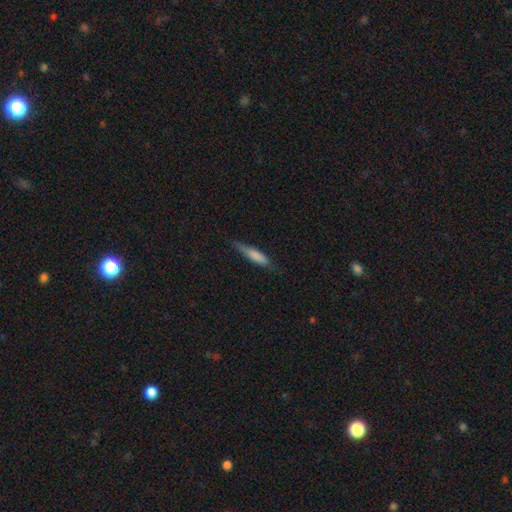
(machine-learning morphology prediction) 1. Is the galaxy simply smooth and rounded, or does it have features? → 75% smooth, 19% featured or disk, 6% star or artifact.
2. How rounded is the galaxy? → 79% cigar-shaped, 20% in between, 2% round.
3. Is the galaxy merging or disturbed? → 66% none, 26% minor disturbance, 6% major disturbance, 2% merger.